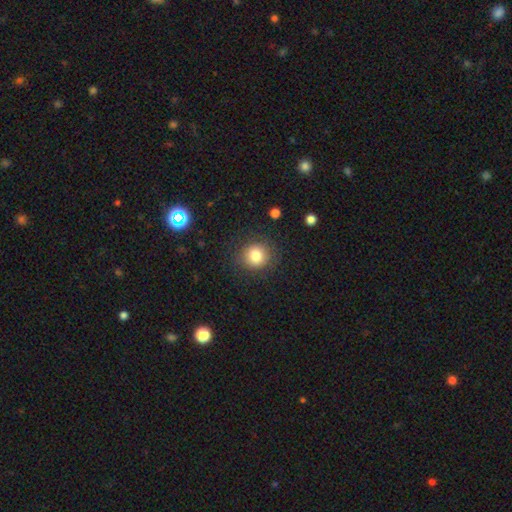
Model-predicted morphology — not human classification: Overall: smooth (82%). How rounded: round (88%). Merging: none (87%).